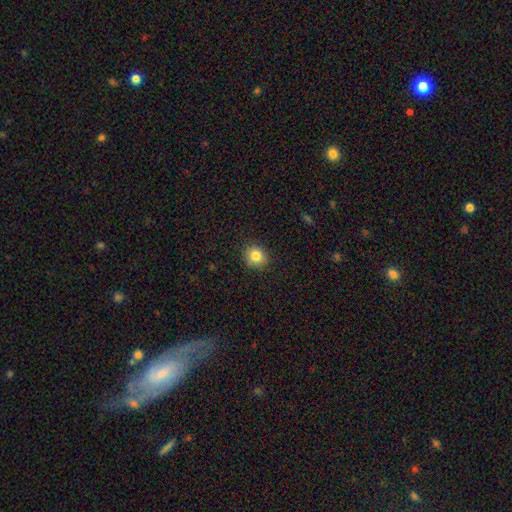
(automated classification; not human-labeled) smooth 83%, star or artifact 11%, featured or disk 6%. Down the decision tree: how rounded — round (86%); merging — none (90%).